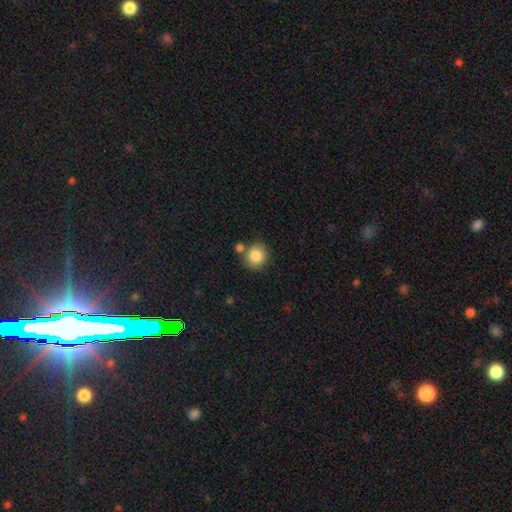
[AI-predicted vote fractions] This is clearly a smooth galaxy (85%). How rounded: clearly round (87%). Merging: likely none (72%).